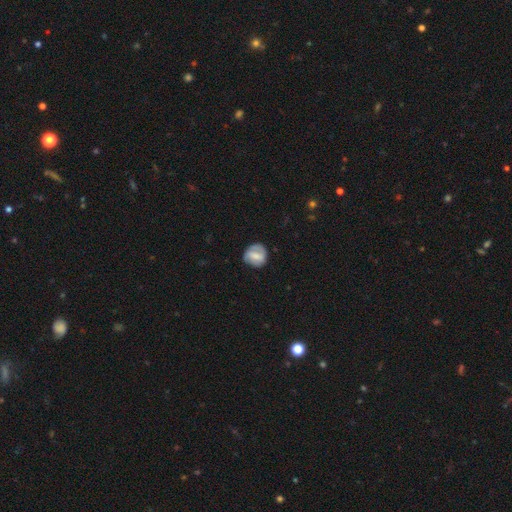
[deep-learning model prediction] smooth-or-featured: smooth: 56% | featured or disk: 37% | star or artifact: 7%
  how-rounded: round: 80% | in between: 19% | cigar-shaped: 1%
  merging: none: 71% | minor disturbance: 20% | major disturbance: 7% | merger: 1%